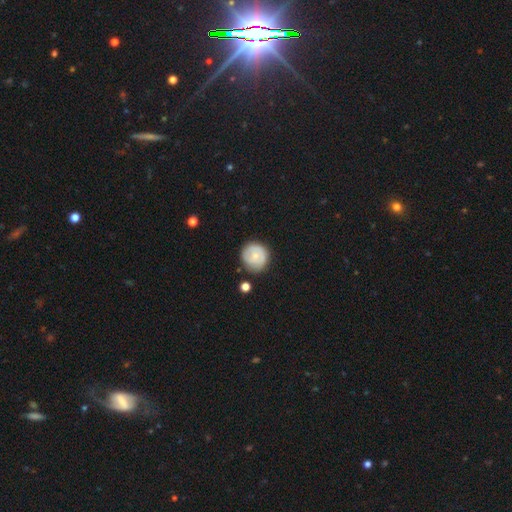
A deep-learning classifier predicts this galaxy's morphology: type=smooth (59%); roundness=round (91%); merging=none (77%).